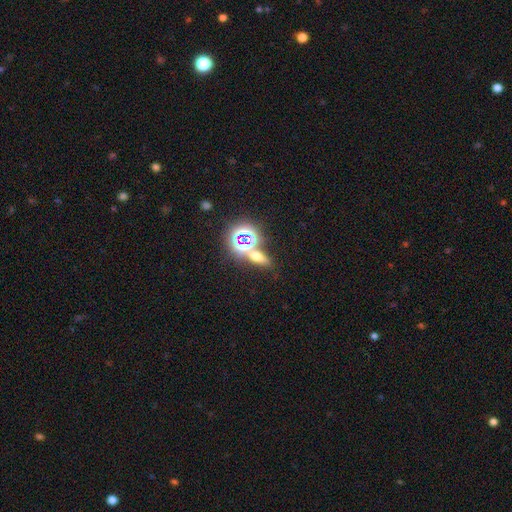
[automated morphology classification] smooth 43%, star or artifact 42%, featured or disk 15%. Down the decision tree: merging — none (65%).